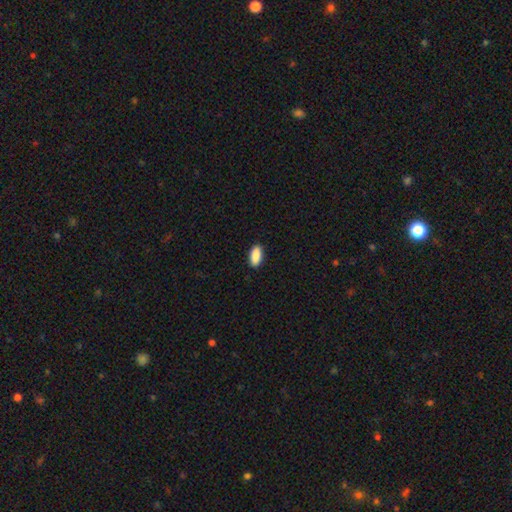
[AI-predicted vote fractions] A smooth galaxy with no disk features (89%) that is in between round and cigar-shaped (88%). Merging: none (89%).